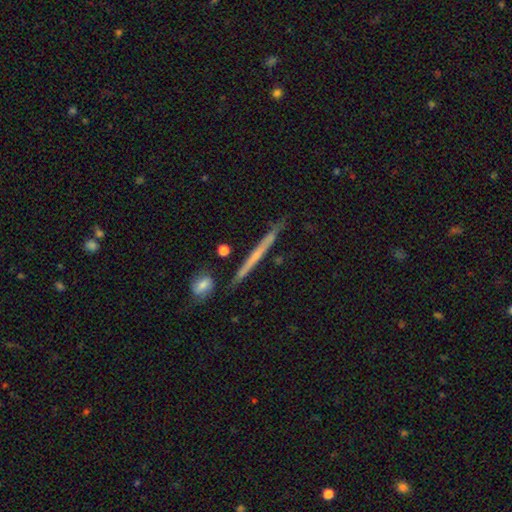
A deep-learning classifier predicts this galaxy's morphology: This is possibly a featured or disk galaxy (56%). It is clearly viewed edge-on (96%). Edge-on bulge: clearly none (83%). Merging: clearly none (85%).